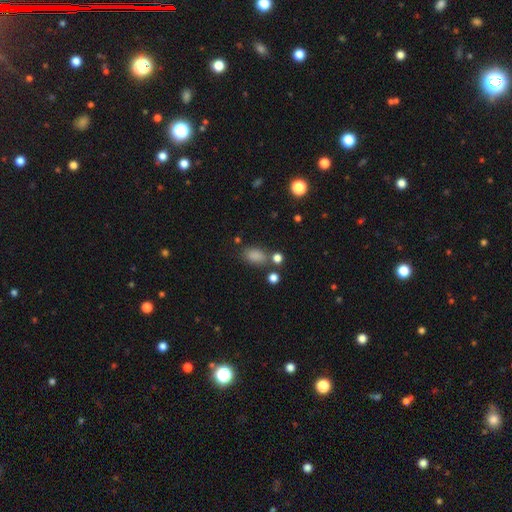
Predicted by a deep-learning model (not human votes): Smooth or featured?
  - smooth: 83% *
  - star or artifact: 12%
  - featured or disk: 5%
How rounded?
  - in between: 86% *
  - round: 11%
  - cigar-shaped: 3%
Merging?
  - none: 66% *
  - minor disturbance: 17%
  - merger: 11%
  - major disturbance: 6%